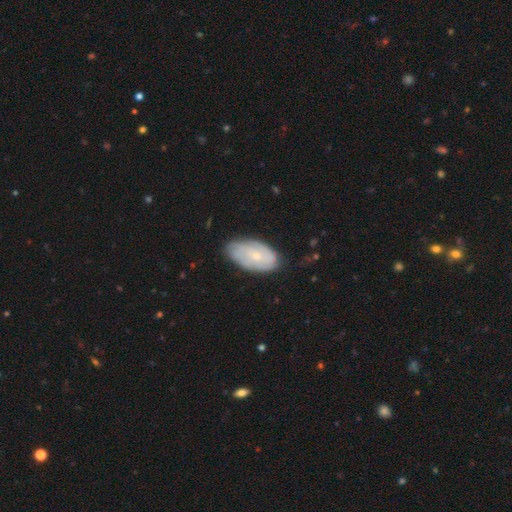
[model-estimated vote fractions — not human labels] This appears to be a featured or disk galaxy (52%). Merging: none (67%).